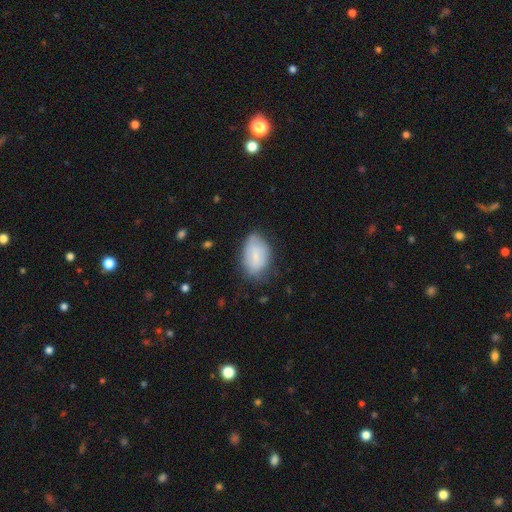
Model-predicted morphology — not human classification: The model was most divided on "merging": none: 62%, minor disturbance: 29%, major disturbance: 7%, merger: 2%. More confident: how rounded — in between (89%); smooth or featured — smooth (65%).